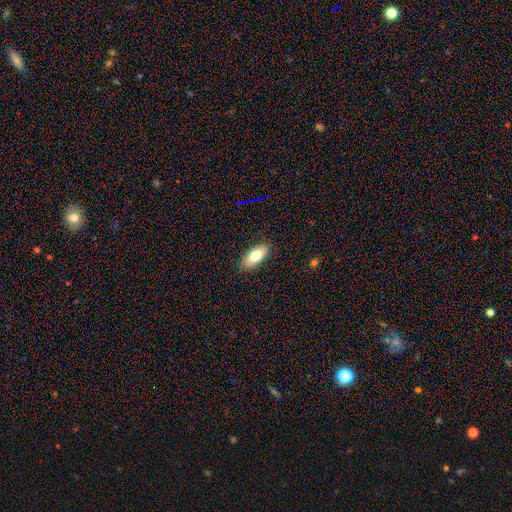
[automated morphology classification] This appears to be a smooth galaxy with no disk features (75%) that is in between round and cigar-shaped (82%). Merging: none (88%).